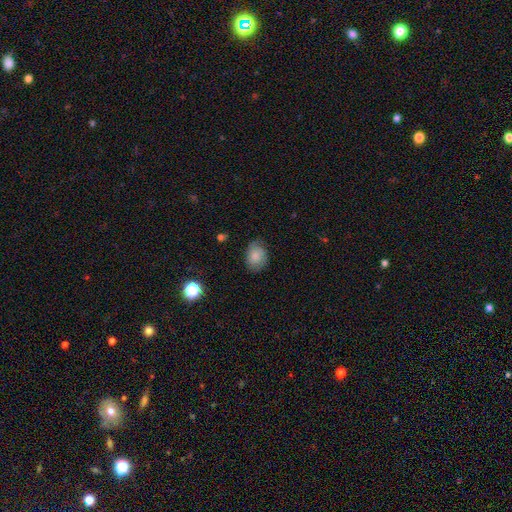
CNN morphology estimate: The model was most divided on "how rounded": in between: 69%, round: 30%, cigar-shaped: 1%. More confident: merging — none (74%); smooth or featured — smooth (72%).